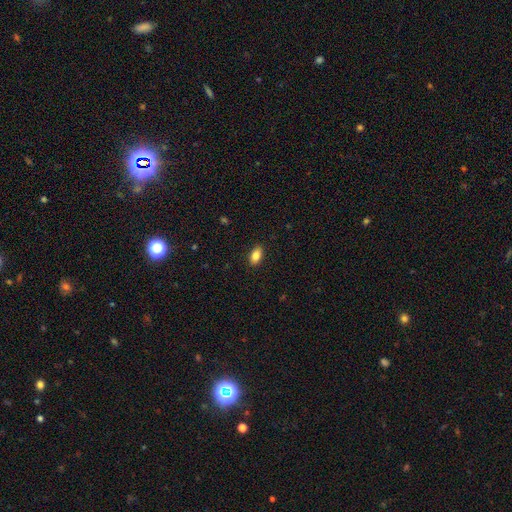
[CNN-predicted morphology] smooth-or-featured: smooth: 85% | star or artifact: 8% | featured or disk: 7%
  how-rounded: in between: 91% | round: 5% | cigar-shaped: 4%
  merging: none: 89% | minor disturbance: 8% | major disturbance: 2% | merger: 1%